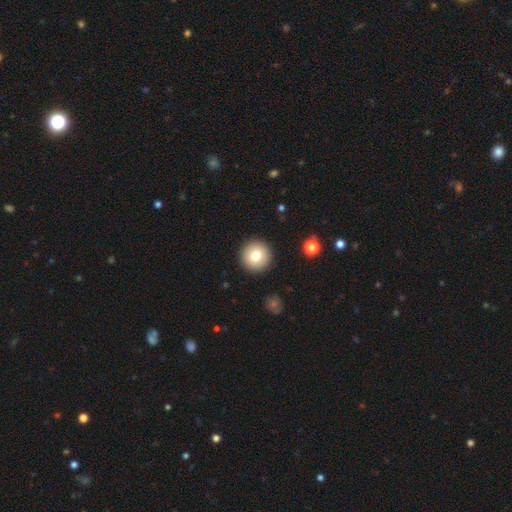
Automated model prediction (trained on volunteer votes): Q: Smooth or featured?
A: smooth (77%); runner-up: featured or disk (13%)
Q: How rounded?
A: round (96%); runner-up: in between (3%)
Q: Merging?
A: none (92%); runner-up: minor disturbance (5%)